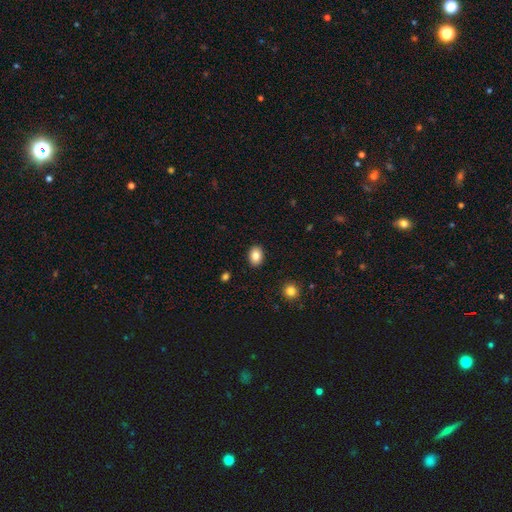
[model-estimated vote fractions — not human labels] The model was most divided on "how rounded": in between: 70%, round: 29%, cigar-shaped: 1%. More confident: merging — none (90%); smooth or featured — smooth (84%).